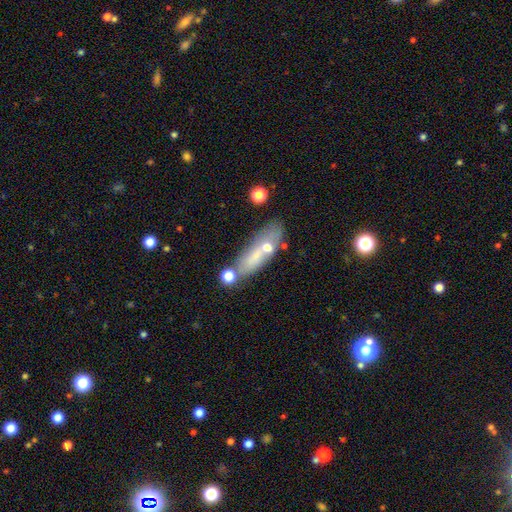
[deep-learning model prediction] Smooth or featured? smooth (57%)
How rounded? in between (48%)
Merging? none (58%)